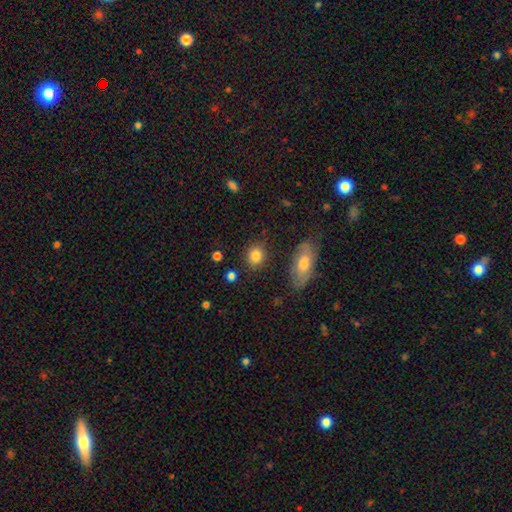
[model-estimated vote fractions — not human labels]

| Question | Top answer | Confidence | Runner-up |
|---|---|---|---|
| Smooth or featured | smooth | 83% | star or artifact (9%) |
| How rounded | round | 59% | in between (39%) |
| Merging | none | 82% | minor disturbance (11%) |